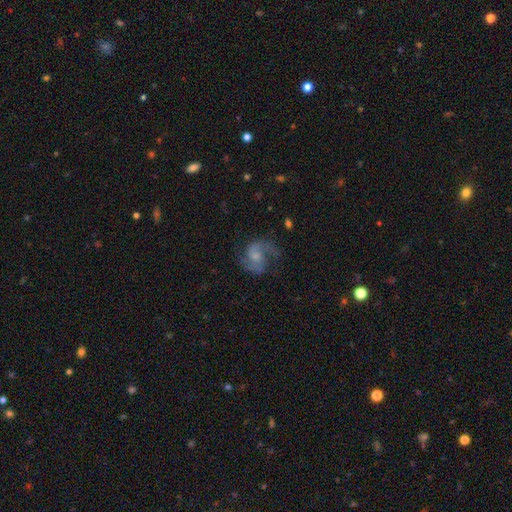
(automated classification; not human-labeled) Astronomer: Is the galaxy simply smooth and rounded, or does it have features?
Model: featured or disk — 79%.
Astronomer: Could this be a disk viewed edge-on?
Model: no — 98%.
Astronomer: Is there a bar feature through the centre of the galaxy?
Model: no — 59% (runner-up: weak, 35%).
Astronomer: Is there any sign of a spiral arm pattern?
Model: yes — 95%.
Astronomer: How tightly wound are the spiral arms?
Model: medium — 50% (runner-up: loose, 36%).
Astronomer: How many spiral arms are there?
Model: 2 — 87%.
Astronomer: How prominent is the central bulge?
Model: small — 48% (runner-up: moderate, 35%).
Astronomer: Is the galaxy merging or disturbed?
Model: none — 65%.